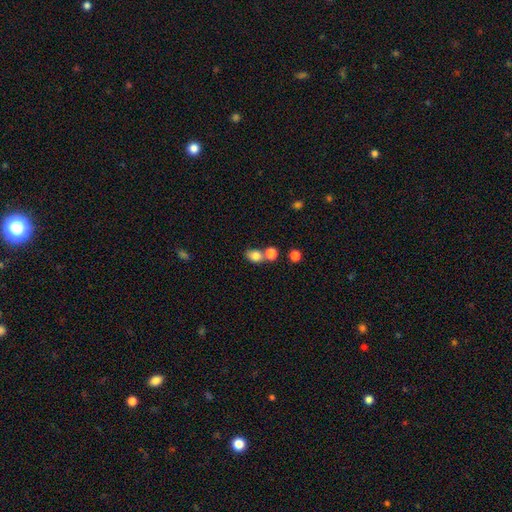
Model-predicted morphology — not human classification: Smooth or featured?
  - smooth: 81% *
  - star or artifact: 11%
  - featured or disk: 8%
How rounded?
  - in between: 60% *
  - round: 38%
  - cigar-shaped: 1%
Merging?
  - none: 49% *
  - merger: 36%
  - minor disturbance: 11%
  - major disturbance: 4%